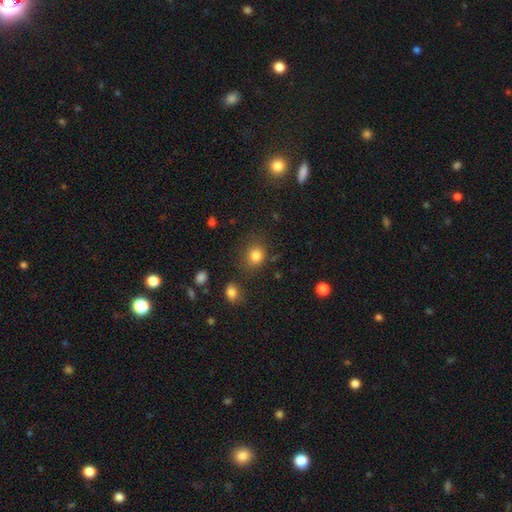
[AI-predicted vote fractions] Morphology: type=smooth (82%); roundness=round (70%); merging=none (75%).